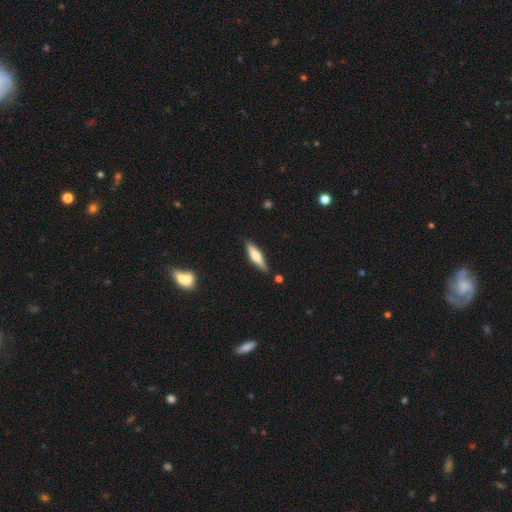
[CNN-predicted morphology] Overall: smooth (55%; featured or disk 39%). How rounded: cigar-shaped (72%). Merging: none (83%).